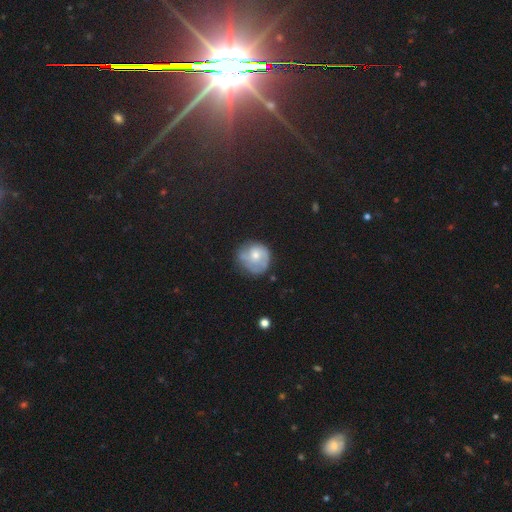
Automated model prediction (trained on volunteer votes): Overall: featured or disk (47%; smooth 45%). Merging: none (60%; minor disturbance 27%).